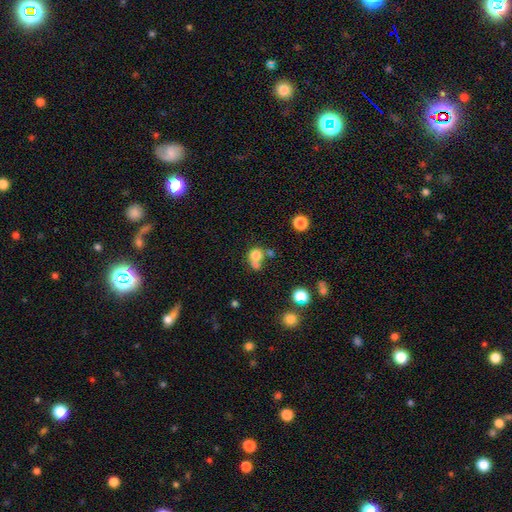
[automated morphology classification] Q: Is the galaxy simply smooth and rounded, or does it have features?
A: smooth — 76%.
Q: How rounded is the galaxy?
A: round — 78%.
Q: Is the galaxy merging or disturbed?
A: merger — 44%.